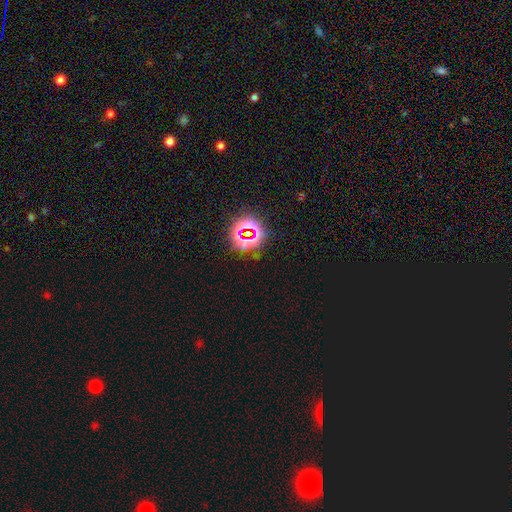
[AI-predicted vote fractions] A star or artifact, not a galaxy (74%).

Vote fractions:
- Smooth or featured? star or artifact: 74% / smooth: 17% / featured or disk: 9%